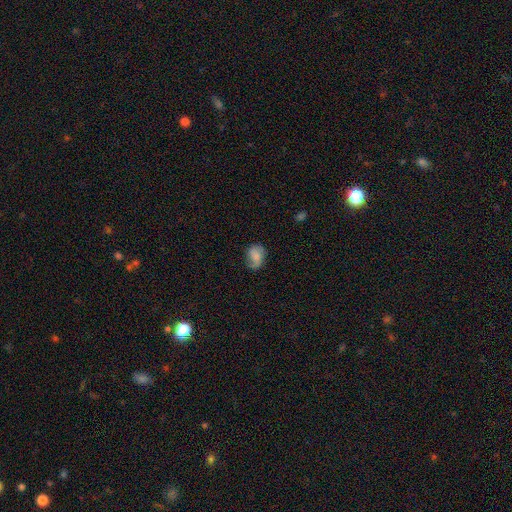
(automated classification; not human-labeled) Smooth or featured: smooth — 59% (featured or disk — 32%)
How rounded: in between — 62% (round — 37%)
Merging: none — 51% (minor disturbance — 30%)